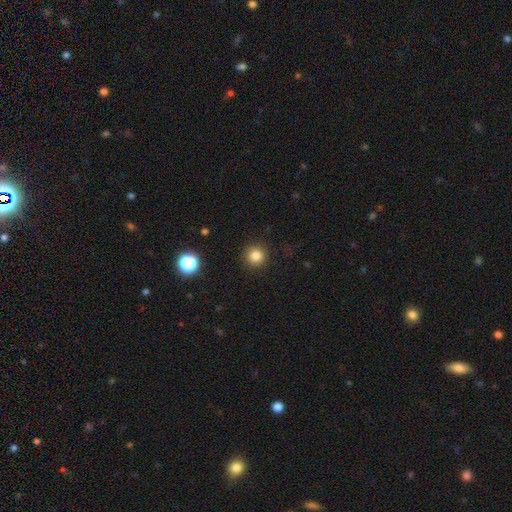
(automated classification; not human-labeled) smooth_or_featured: smooth (p=0.82) [alt: star or artifact p=0.13]
how_rounded: round (p=0.94) [alt: in between p=0.05]
merging: none (p=0.91) [alt: minor disturbance p=0.06]